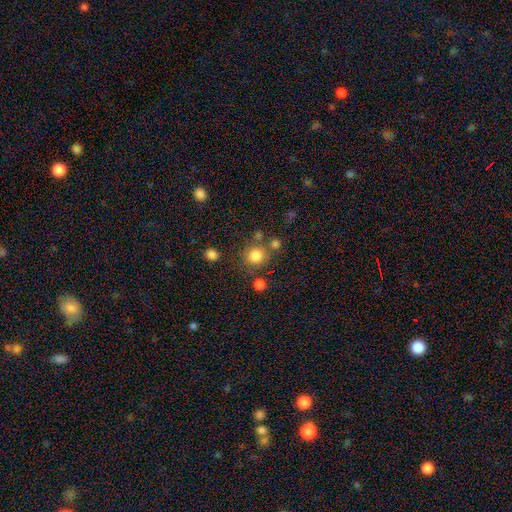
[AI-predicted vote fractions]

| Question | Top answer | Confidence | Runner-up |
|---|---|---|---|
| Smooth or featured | smooth | 82% | star or artifact (13%) |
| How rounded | round | 90% | in between (9%) |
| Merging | none | 76% | merger (11%) |